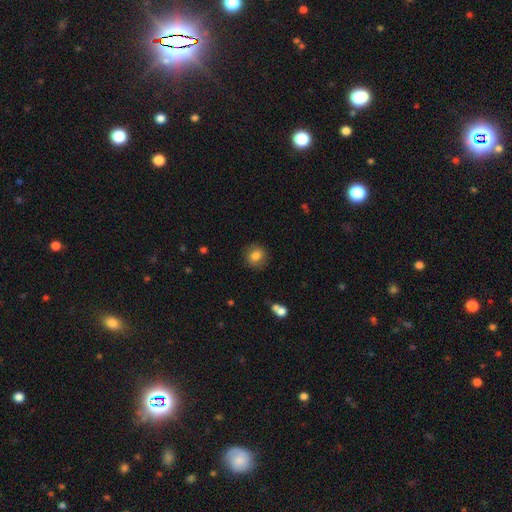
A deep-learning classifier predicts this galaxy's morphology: This is likely a smooth galaxy (79%). How rounded: clearly round (85%). Merging: clearly none (87%).